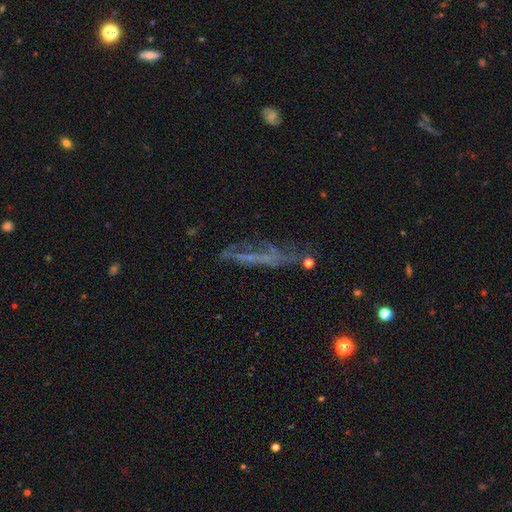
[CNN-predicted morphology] Smooth or featured? featured or disk (50%)
Merging? none (59%)